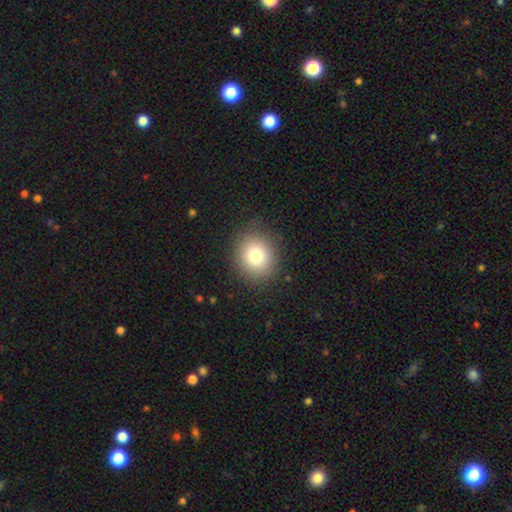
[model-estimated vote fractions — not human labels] Q: Smooth or featured?
A: smooth (79%); runner-up: star or artifact (11%)
Q: How rounded?
A: round (80%); runner-up: in between (19%)
Q: Merging?
A: none (87%); runner-up: minor disturbance (9%)